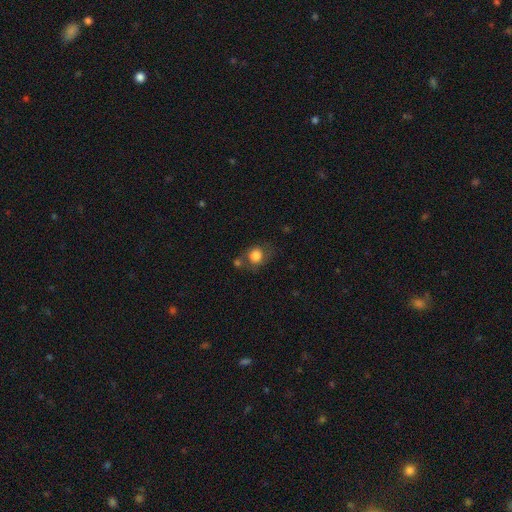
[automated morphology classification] Smooth or featured: smooth — 80% (featured or disk — 11%)
How rounded: round — 71% (in between — 28%)
Merging: none — 53% (minor disturbance — 22%)